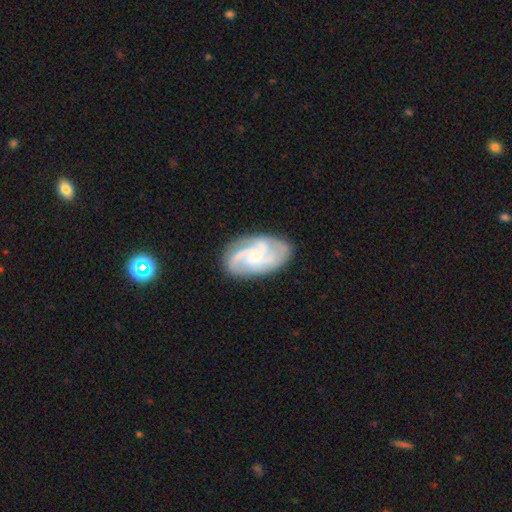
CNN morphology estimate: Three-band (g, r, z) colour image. It shows a featured or disk galaxy (83%) with no bar (57%), 3 (48%) medium (46%) spiral arms (97%) and a small central bulge (63%). Merging: none (77%).